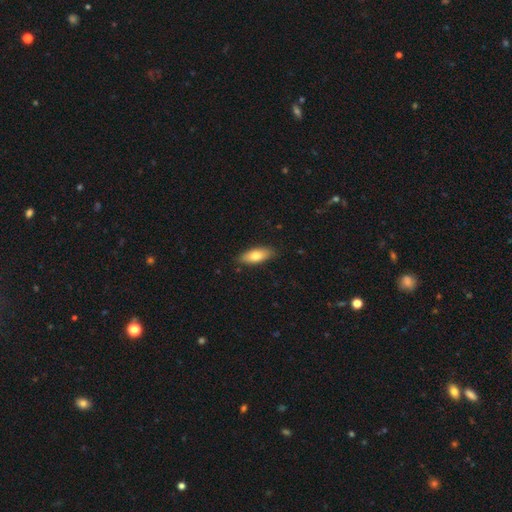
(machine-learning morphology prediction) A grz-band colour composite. It shows a smooth galaxy with no disk features (75%) that is in between round and cigar-shaped (75%). Merging: none (86%).